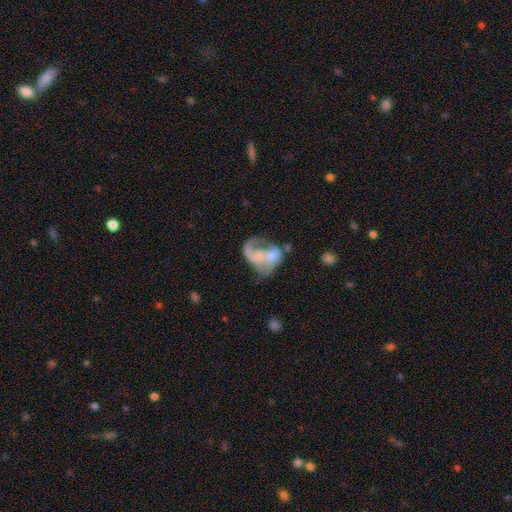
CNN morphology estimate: smooth-or-featured: featured or disk: 64% | smooth: 28% | star or artifact: 8%
  disk-edge-on: no: 98% | yes: 2%
    bar: no: 75% | weak: 21% | strong: 4%
    has-spiral-arms: yes: 55% | no: 45%
    bulge-size: moderate: 31% (tied) | none: 31% (tied) | small: 30% | large: 6% | dominant: 2%
  merging: major disturbance: 36% | merger: 33% | none: 19% | minor disturbance: 13%